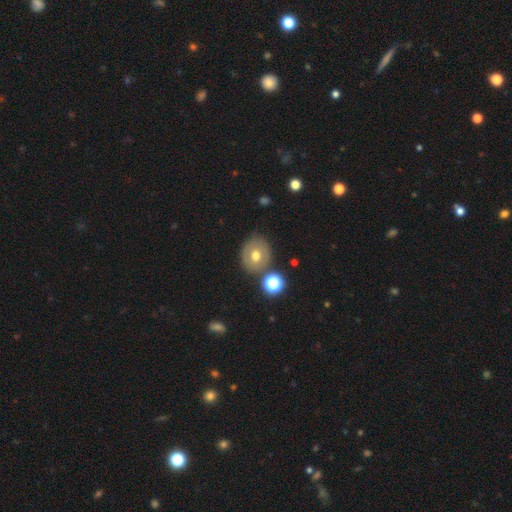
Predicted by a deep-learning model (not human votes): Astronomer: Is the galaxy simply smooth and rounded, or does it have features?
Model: smooth — 56% (runner-up: featured or disk, 32%).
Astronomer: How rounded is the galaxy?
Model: round — 75%.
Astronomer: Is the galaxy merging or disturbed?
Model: none — 74%.